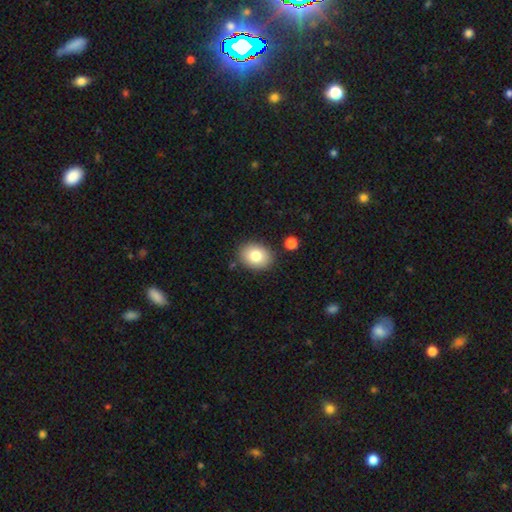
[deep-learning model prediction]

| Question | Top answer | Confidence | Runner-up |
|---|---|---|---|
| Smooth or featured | smooth | 81% | featured or disk (11%) |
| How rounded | in between | 61% | round (38%) |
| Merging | none | 84% | minor disturbance (10%) |